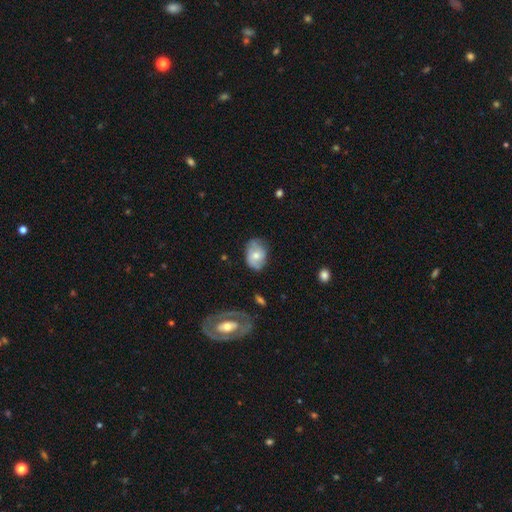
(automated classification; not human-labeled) This is possibly a smooth galaxy (55%). How rounded: likely in between (73%). Merging: possibly none (60%).